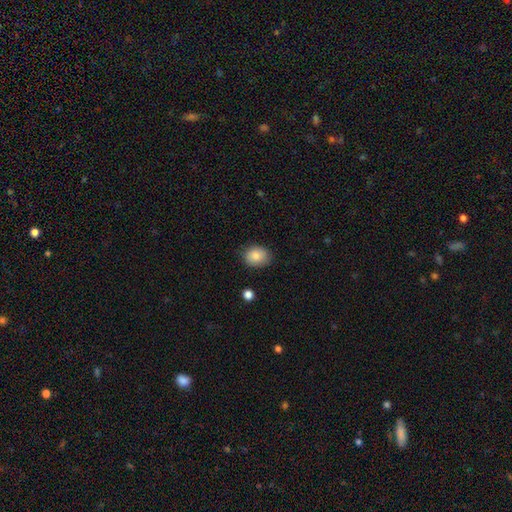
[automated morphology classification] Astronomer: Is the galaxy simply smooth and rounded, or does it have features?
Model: smooth — 84%.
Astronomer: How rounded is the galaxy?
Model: in between — 52% (runner-up: round, 47%).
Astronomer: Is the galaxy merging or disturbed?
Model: none — 81%.